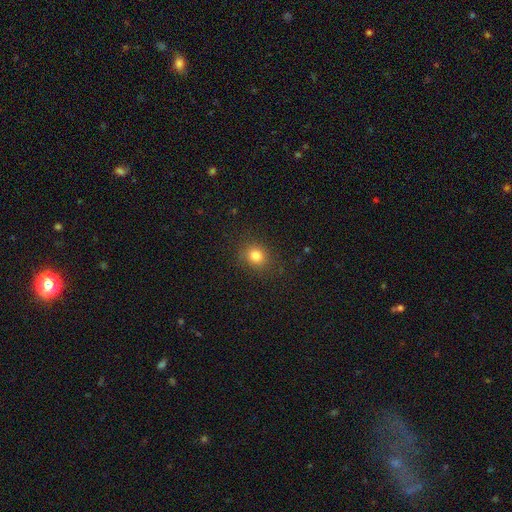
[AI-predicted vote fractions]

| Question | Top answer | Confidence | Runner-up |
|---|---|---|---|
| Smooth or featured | smooth | 82% | star or artifact (13%) |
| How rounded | round | 71% | in between (28%) |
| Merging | none | 85% | minor disturbance (10%) |